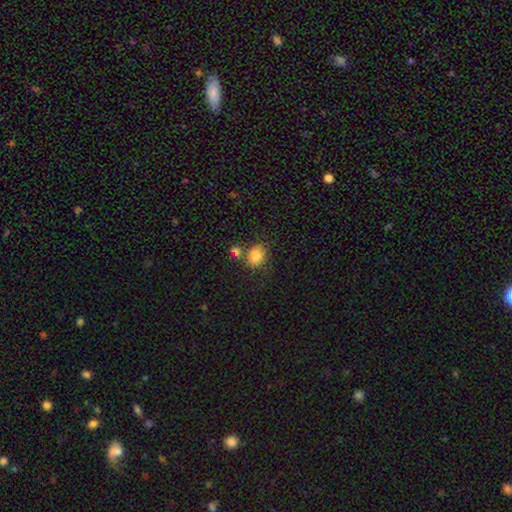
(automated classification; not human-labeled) smooth 83%, star or artifact 10%, featured or disk 7%. Down the decision tree: how rounded — in between (53%); merging — none (61%).